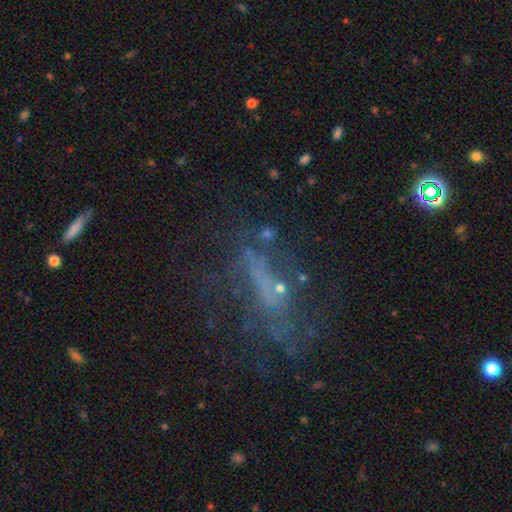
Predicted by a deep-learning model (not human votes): The model was most divided on "merging": none: 50%, major disturbance: 27%, minor disturbance: 18%, merger: 6%. More confident: edge-on disk — no (83%); smooth or featured — featured or disk (50%).